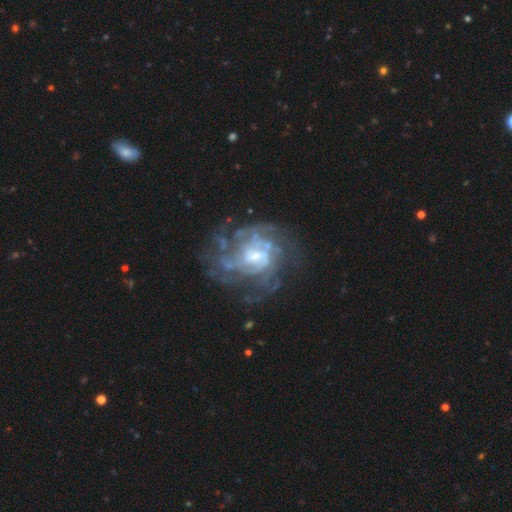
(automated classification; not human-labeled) Overall: featured or disk (86%). Edge-on disk: no (98%). Bar: weak (45%; no 44%). Spiral arms: yes (90%). Spiral arm count: can't tell (42%; 4 19%). Spiral winding: tight (52%; medium 35%). Bulge size: small (45%; moderate 40%). Merging: none (63%).